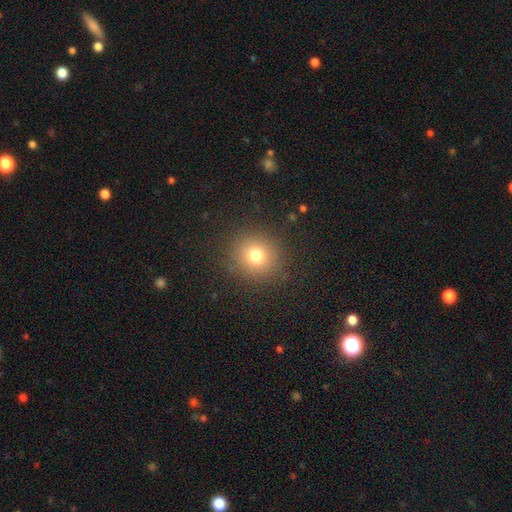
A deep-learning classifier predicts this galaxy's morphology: Smooth or featured? Predicted: smooth (p=0.76). How rounded? Predicted: round (p=0.88). Merging? Predicted: none (p=0.88).